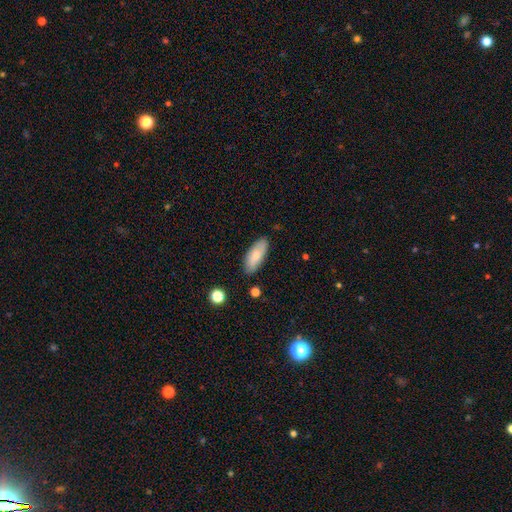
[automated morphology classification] A smooth galaxy with no disk features (81%) that is in between round and cigar-shaped (78%). Merging: none (84%).